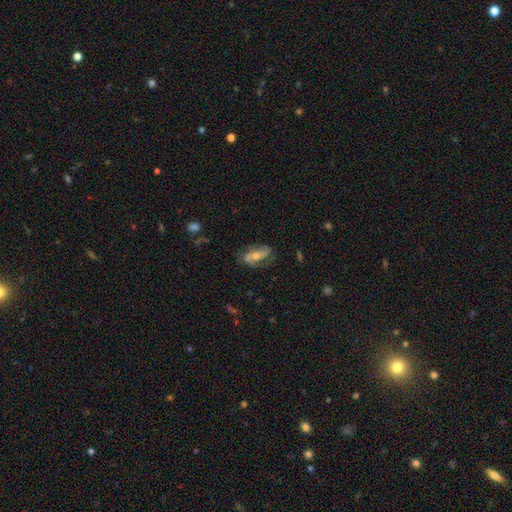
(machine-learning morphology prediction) featured or disk 69%, smooth 24%, star or artifact 7%. Down the decision tree: edge-on disk — no (92%); bar — no (39%); spiral arms — yes (86%); spiral arm count — 2 (84%); spiral winding — loose (44%); bulge size — moderate (60%); merging — none (67%).